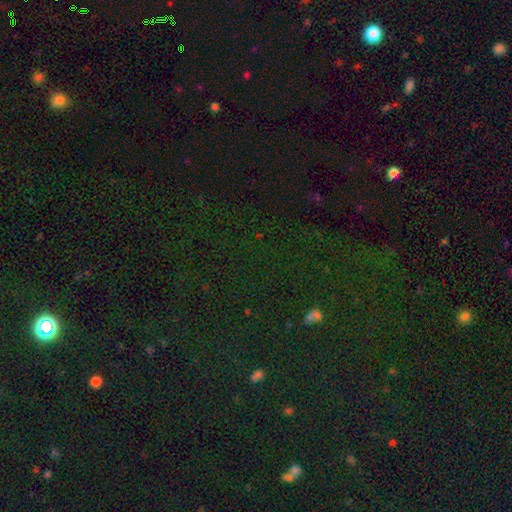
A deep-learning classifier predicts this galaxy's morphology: Smooth or featured? star or artifact (76%)